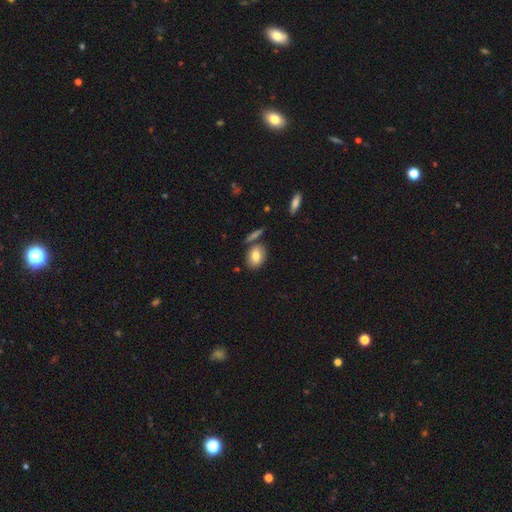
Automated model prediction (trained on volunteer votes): Smooth or featured?
  - smooth: 78% *
  - featured or disk: 14%
  - star or artifact: 8%
How rounded?
  - in between: 67% *
  - round: 31%
  - cigar-shaped: 2%
Merging?
  - none: 71% *
  - minor disturbance: 13%
  - merger: 13%
  - major disturbance: 4%